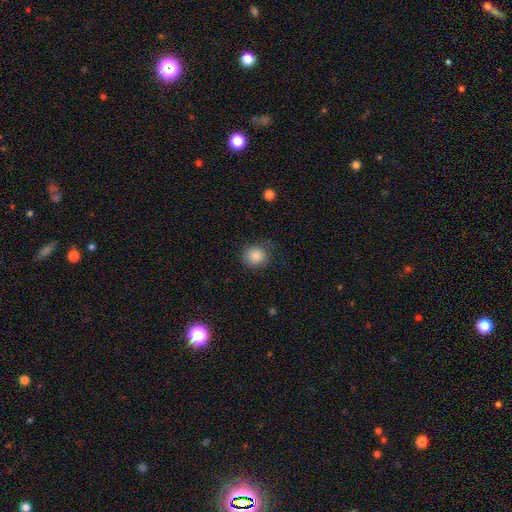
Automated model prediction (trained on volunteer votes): The model was most divided on "merging": none: 77%, minor disturbance: 16%, major disturbance: 5%, merger: 1%. More confident: smooth or featured — smooth (86%); how rounded — round (84%).